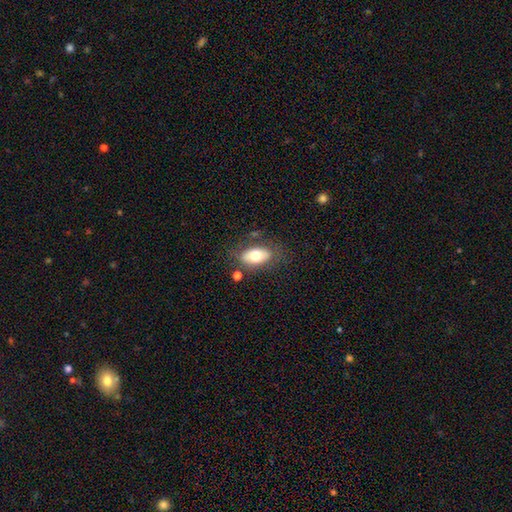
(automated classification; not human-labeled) smooth_or_featured: smooth (p=0.69) [alt: featured or disk p=0.24]
how_rounded: in between (p=0.90) [alt: round p=0.06]
merging: none (p=0.72) [alt: minor disturbance p=0.16]